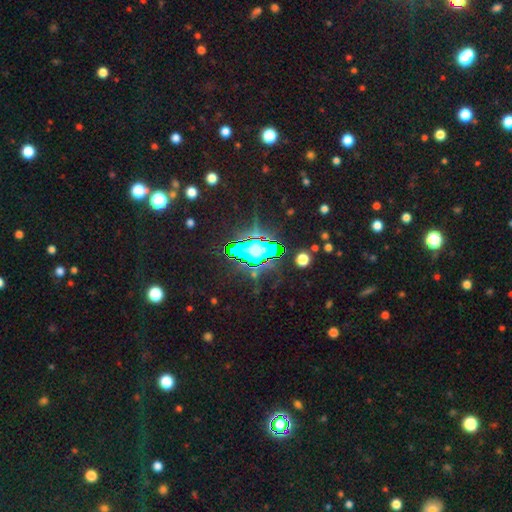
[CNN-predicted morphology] Smooth or featured? Predicted: star or artifact (p=0.64).